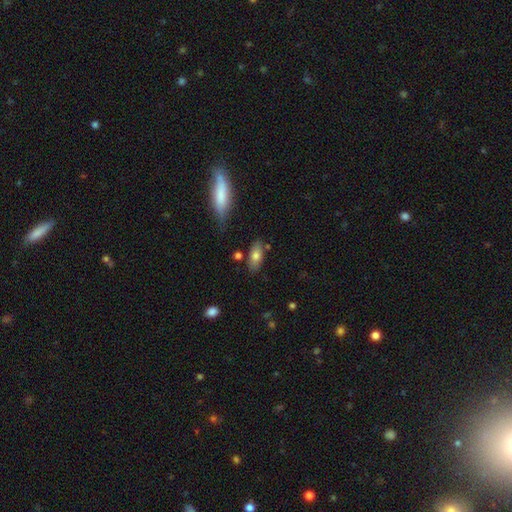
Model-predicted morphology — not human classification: smooth 75%, featured or disk 18%, star or artifact 7%. Down the decision tree: how rounded — in between (85%); merging — none (76%).